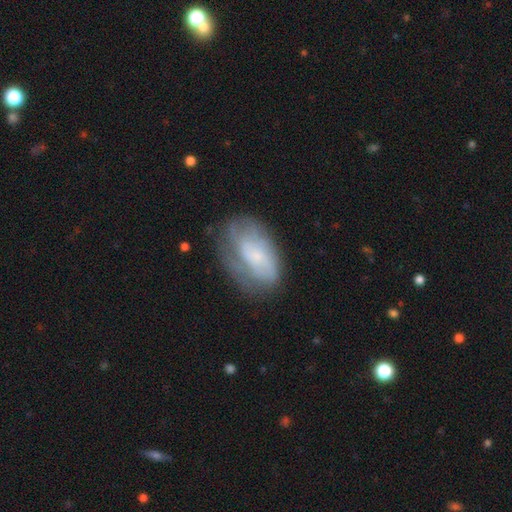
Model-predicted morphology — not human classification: Smooth or featured: featured or disk — 50% (smooth — 42%)
Edge-on disk: no — 95% (yes — 5%)
Merging: none — 52% (minor disturbance — 28%)